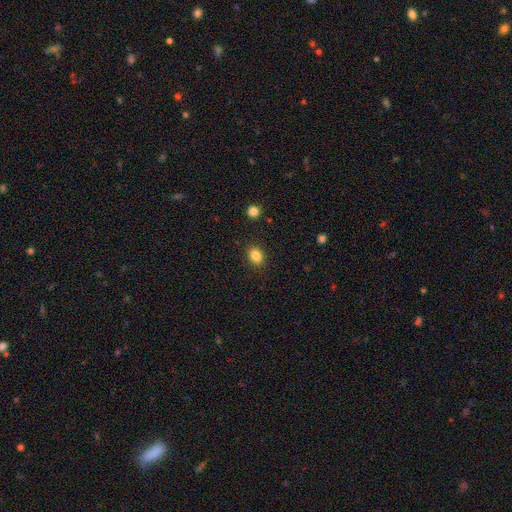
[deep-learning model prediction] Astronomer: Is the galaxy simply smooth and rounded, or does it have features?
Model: smooth — 85%.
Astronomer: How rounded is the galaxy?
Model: in between — 64%.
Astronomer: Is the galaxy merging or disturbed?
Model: none — 88%.